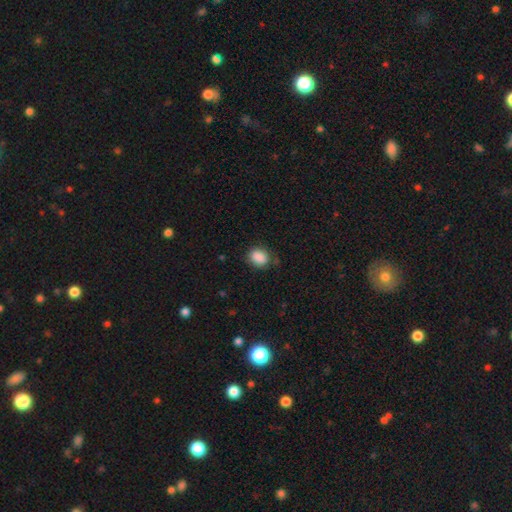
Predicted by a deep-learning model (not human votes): Morphology: type=smooth (88%); roundness=in between (55%); merging=none (79%).